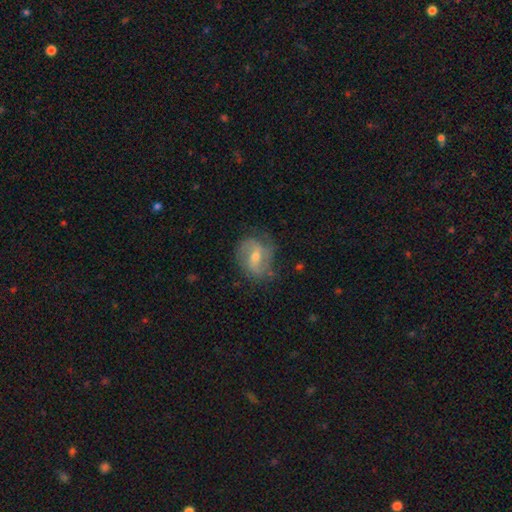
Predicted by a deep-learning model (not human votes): Morphology: type=featured or disk (69%); edge-on=no (96%); bar=weak (49%); spiral arms=yes (86%); winding=medium (42%); arm count=2 (69%); bulge=moderate (55%); merging=none (67%).